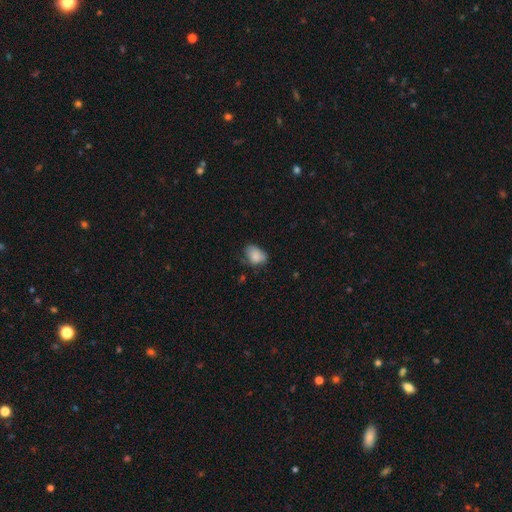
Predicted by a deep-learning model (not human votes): Smooth or featured: smooth — 83% (featured or disk — 9%)
How rounded: in between — 81% (round — 18%)
Merging: none — 48% (minor disturbance — 36%)